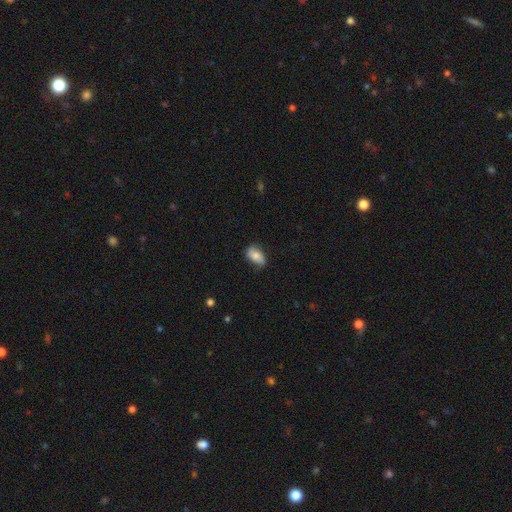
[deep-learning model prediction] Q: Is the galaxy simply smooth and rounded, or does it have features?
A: smooth — 76%.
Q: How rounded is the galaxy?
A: in between — 91%.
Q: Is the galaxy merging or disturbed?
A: none — 72%.